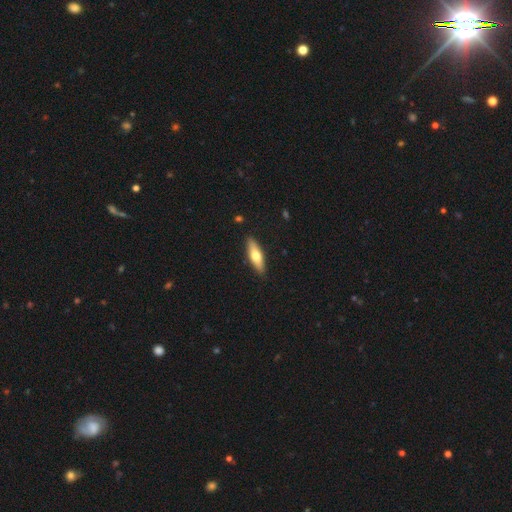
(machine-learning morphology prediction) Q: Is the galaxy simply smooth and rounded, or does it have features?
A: smooth — 63%.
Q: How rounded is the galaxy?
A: cigar-shaped — 56%.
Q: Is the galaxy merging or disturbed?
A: none — 89%.